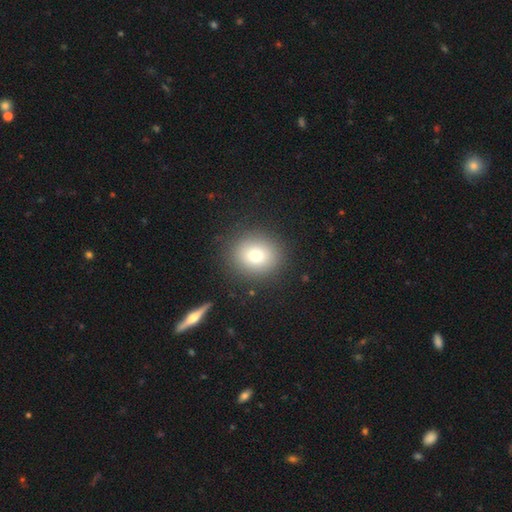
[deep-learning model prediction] Smooth or featured? smooth (75%)
How rounded? round (81%)
Merging? none (88%)